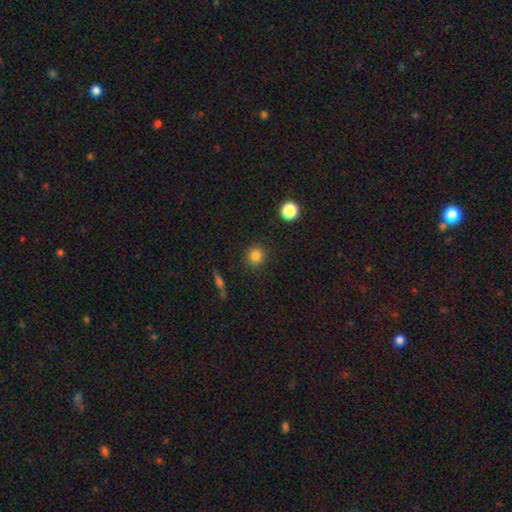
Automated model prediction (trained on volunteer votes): Q: Smooth or featured?
A: smooth (82%); runner-up: star or artifact (12%)
Q: How rounded?
A: round (92%); runner-up: in between (7%)
Q: Merging?
A: none (91%); runner-up: minor disturbance (6%)